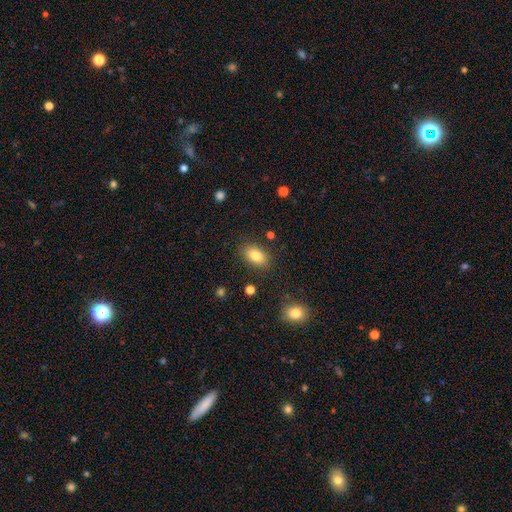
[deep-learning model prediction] smooth_or_featured: smooth (p=0.83) [alt: featured or disk p=0.08]
how_rounded: in between (p=0.90) [alt: round p=0.07]
merging: none (p=0.85) [alt: minor disturbance p=0.10]